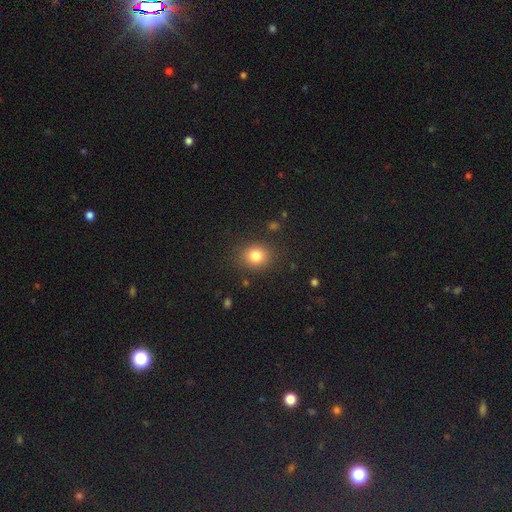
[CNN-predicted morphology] A smooth galaxy with no disk features (81%) that is round (69%).

Vote fractions:
- Smooth or featured? smooth: 81% / star or artifact: 12% / featured or disk: 7%
- How rounded? round: 69% / in between: 30% / cigar-shaped: 1%
- Merging? none: 85% / minor disturbance: 10% / major disturbance: 3% / merger: 2%